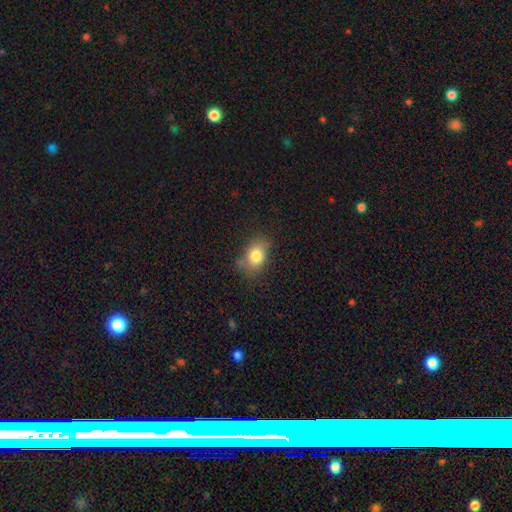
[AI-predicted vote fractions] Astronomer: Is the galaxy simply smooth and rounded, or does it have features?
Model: smooth — 80%.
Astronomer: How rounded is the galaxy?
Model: in between — 66%.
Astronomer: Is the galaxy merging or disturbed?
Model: none — 65%.